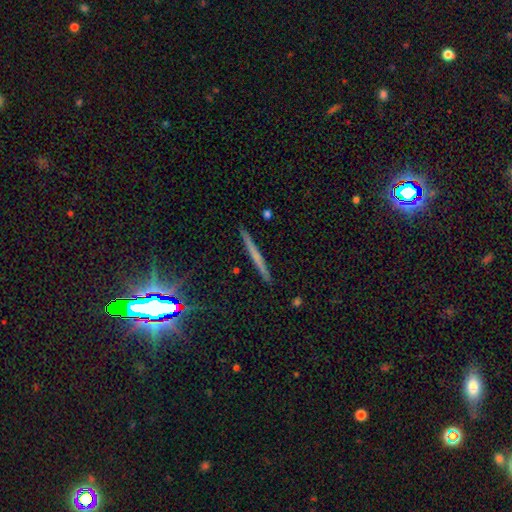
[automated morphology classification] smooth-or-featured: featured or disk: 43% | smooth: 40% | star or artifact: 17%
  merging: none: 90% | minor disturbance: 7% | major disturbance: 2% | merger: 1%